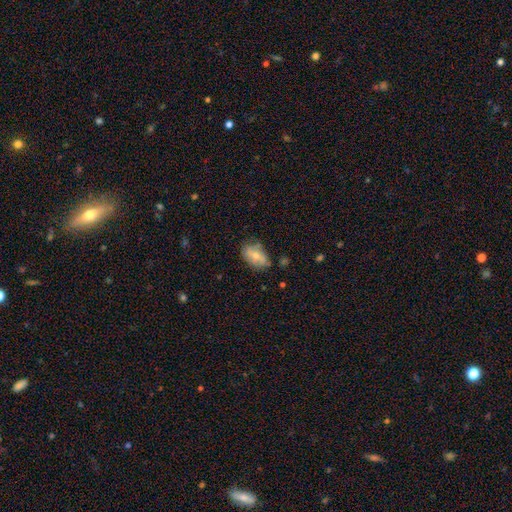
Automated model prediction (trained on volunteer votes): This appears to be a smooth galaxy with no disk features (59%) that is in between round and cigar-shaped (87%). Merging: none (65%).